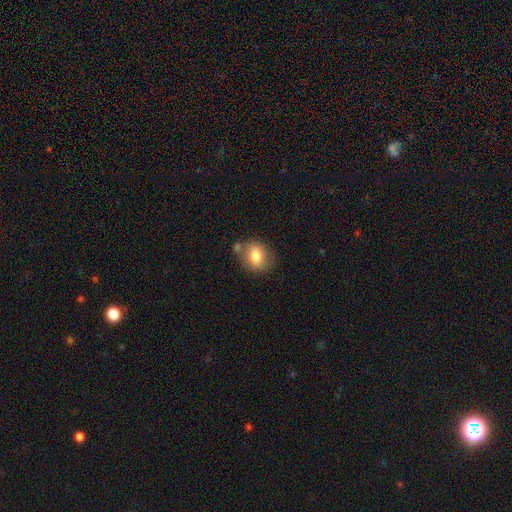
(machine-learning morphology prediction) Q: Smooth or featured?
A: smooth (77%); runner-up: featured or disk (15%)
Q: How rounded?
A: round (50%); runner-up: in between (49%)
Q: Merging?
A: none (70%); runner-up: minor disturbance (15%)